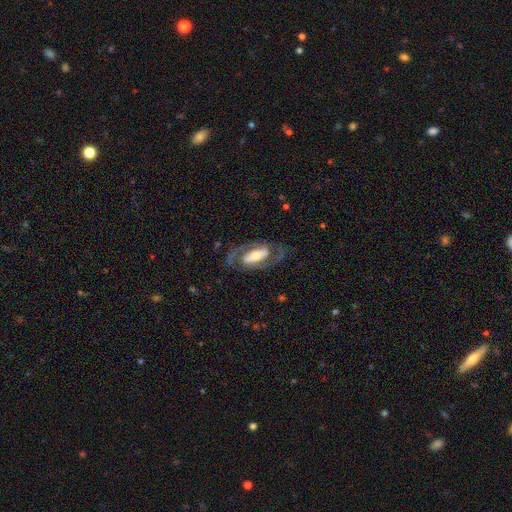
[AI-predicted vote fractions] Smooth or featured? Predicted: featured or disk (p=0.82). Edge-on disk? Predicted: no (p=0.93). Bar? Predicted: strong (p=0.45). Spiral arms? Predicted: yes (p=0.87). Spiral winding? Predicted: medium (p=0.52). Spiral arm count? Predicted: 2 (p=0.89). Bulge size? Predicted: moderate (p=0.54). Merging? Predicted: none (p=0.76).